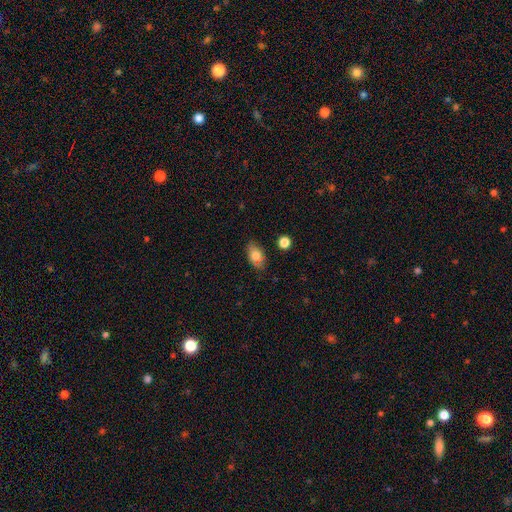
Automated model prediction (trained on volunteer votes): smooth_or_featured: smooth (p=0.77) [alt: featured or disk p=0.14]
how_rounded: in between (p=0.86) [alt: round p=0.11]
merging: none (p=0.73) [alt: minor disturbance p=0.17]